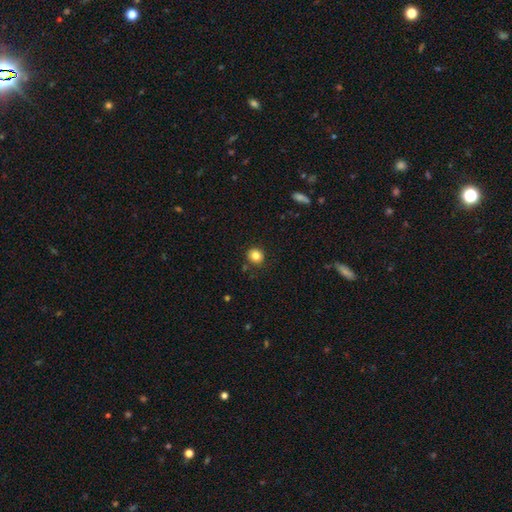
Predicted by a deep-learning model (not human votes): Smooth or featured?
  - smooth: 83% *
  - star or artifact: 11%
  - featured or disk: 5%
How rounded?
  - round: 86% *
  - in between: 13%
  - cigar-shaped: 1%
Merging?
  - none: 88% *
  - minor disturbance: 8%
  - merger: 2%
  - major disturbance: 2%